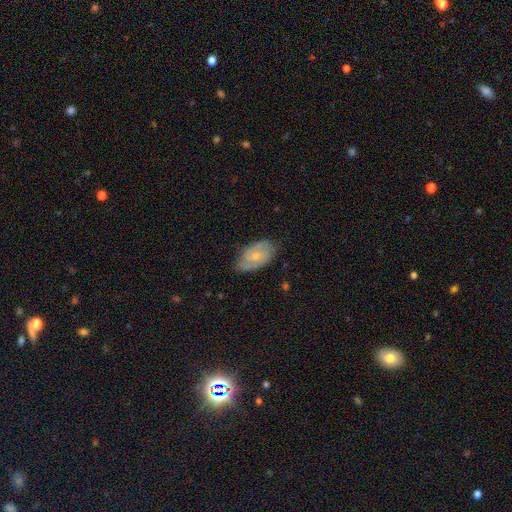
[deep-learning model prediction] Morphology: type=featured or disk (60%); edge-on=no (95%); bar=no (64%); spiral arms=yes (83%); bulge=small (58%); merging=none (71%).